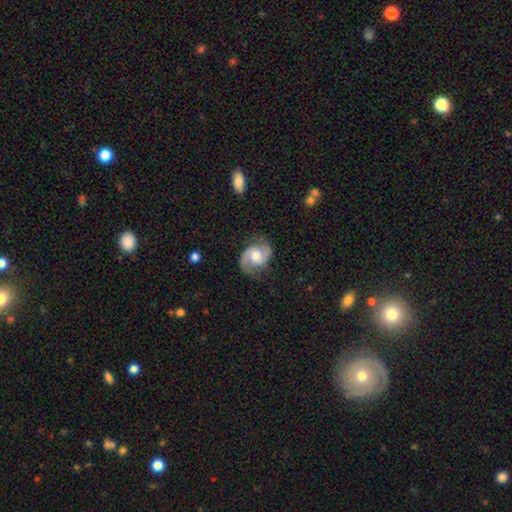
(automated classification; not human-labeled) Morphology: type=featured or disk (86%); edge-on=no (98%); bar=no (51%); spiral arms=yes (97%); winding=medium (55%); arm count=2 (93%); bulge=moderate (64%); merging=none (78%).